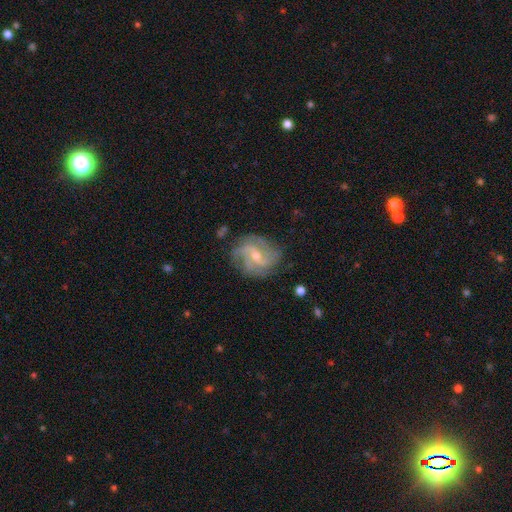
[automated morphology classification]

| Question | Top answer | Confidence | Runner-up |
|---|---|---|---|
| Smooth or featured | featured or disk | 84% | smooth (9%) |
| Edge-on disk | no | 97% | yes (3%) |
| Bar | weak | 52% | no (29%) |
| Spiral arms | yes | 96% | no (4%) |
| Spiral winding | medium | 44% | tight (32%) |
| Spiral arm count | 3 | 30% | 2 (26%) |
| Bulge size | small | 52% | moderate (44%) |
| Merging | none | 76% | minor disturbance (16%) |